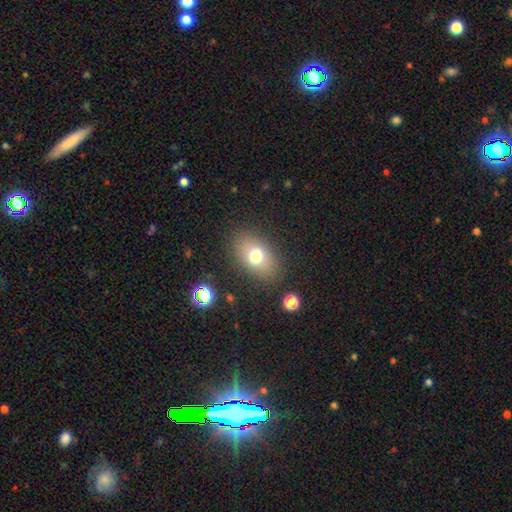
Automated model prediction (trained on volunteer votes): Morphology: type=smooth (72%); roundness=in between (78%); merging=none (83%).